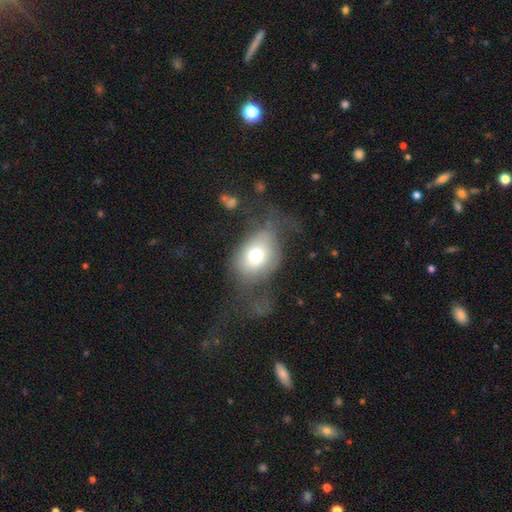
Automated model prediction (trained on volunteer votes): This is likely a smooth galaxy (66%). How rounded: likely in between (66%). Merging: marginally major disturbance (40%).